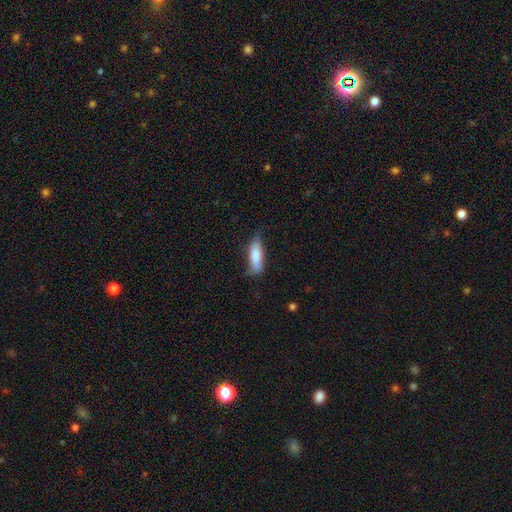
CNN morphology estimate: Smooth or featured? smooth (78%)
How rounded? in between (53%)
Merging? none (59%)